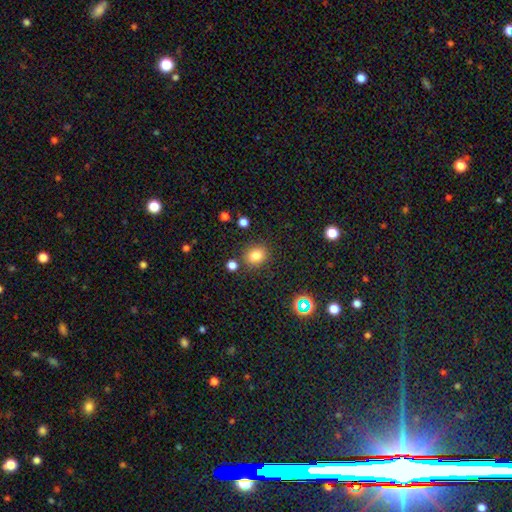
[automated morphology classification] Smooth or featured?
  - smooth: 80% *
  - star or artifact: 14%
  - featured or disk: 6%
How rounded?
  - round: 71% *
  - in between: 28%
  - cigar-shaped: 1%
Merging?
  - none: 81% *
  - minor disturbance: 10%
  - merger: 5%
  - major disturbance: 3%